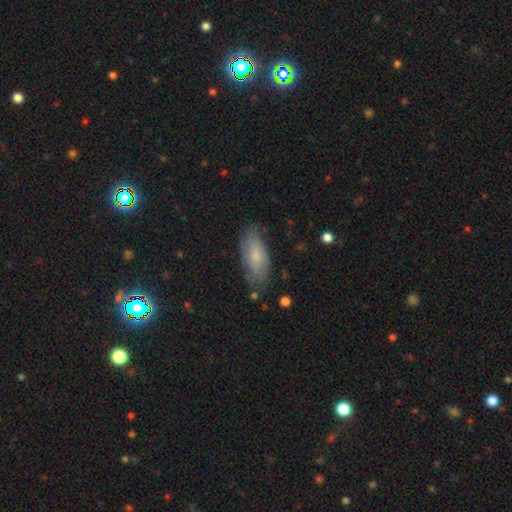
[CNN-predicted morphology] A smooth galaxy with no disk features (59%) that is in between round and cigar-shaped (82%).

Vote fractions:
- Smooth or featured? smooth: 59% / featured or disk: 34% / star or artifact: 7%
- How rounded? in between: 82% / cigar-shaped: 15% / round: 2%
- Merging? none: 68% / minor disturbance: 24% / major disturbance: 6% / merger: 2%